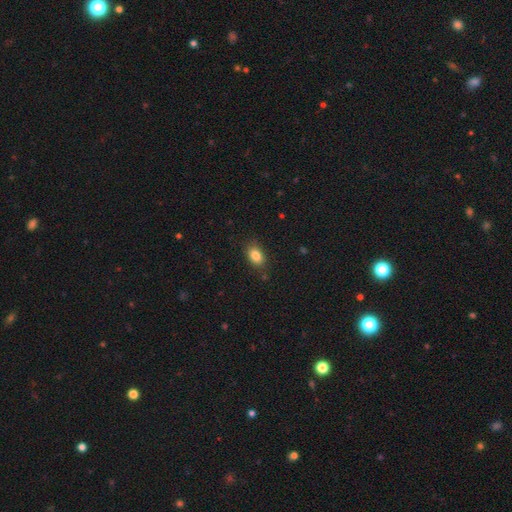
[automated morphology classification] Smooth or featured?
  - smooth: 84% *
  - star or artifact: 9%
  - featured or disk: 6%
How rounded?
  - in between: 82% *
  - round: 17%
  - cigar-shaped: 2%
Merging?
  - none: 84% *
  - minor disturbance: 12%
  - major disturbance: 3%
  - merger: 2%